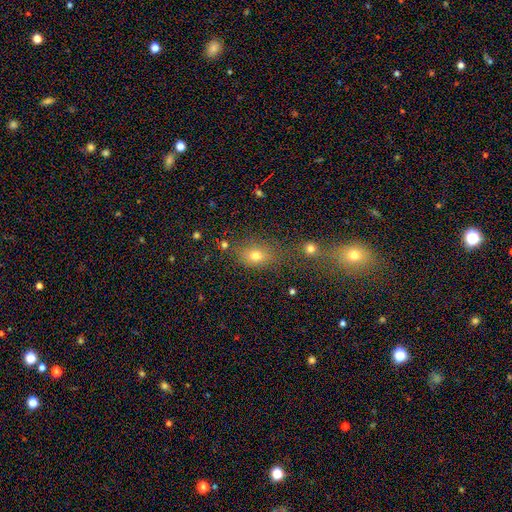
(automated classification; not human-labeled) Smooth or featured?
  - smooth: 72% *
  - star or artifact: 17%
  - featured or disk: 11%
How rounded?
  - in between: 67% *
  - round: 30%
  - cigar-shaped: 2%
Merging?
  - none: 64% *
  - merger: 14%
  - minor disturbance: 14%
  - major disturbance: 7%